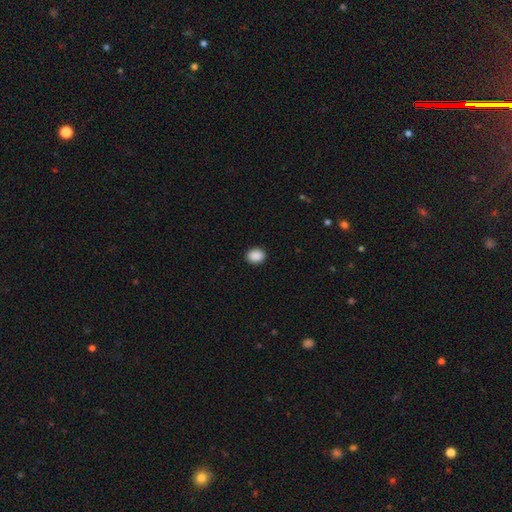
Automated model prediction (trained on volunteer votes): The model was most divided on "how rounded": round: 52%, in between: 47%, cigar-shaped: 1%. More confident: merging — none (92%); smooth or featured — smooth (90%).